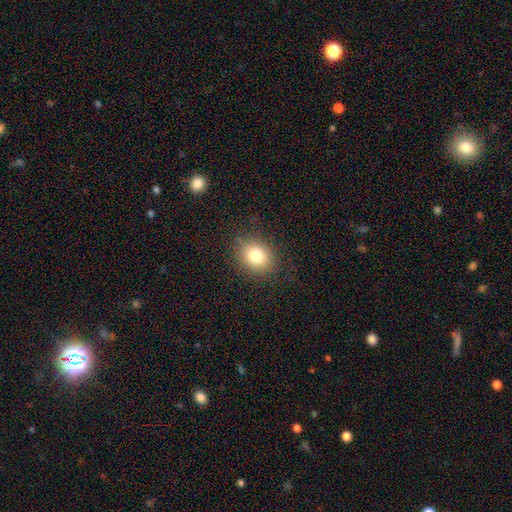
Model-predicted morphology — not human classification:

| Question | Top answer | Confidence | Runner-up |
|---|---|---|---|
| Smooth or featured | smooth | 80% | star or artifact (11%) |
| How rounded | round | 60% | in between (39%) |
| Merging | none | 86% | minor disturbance (10%) |